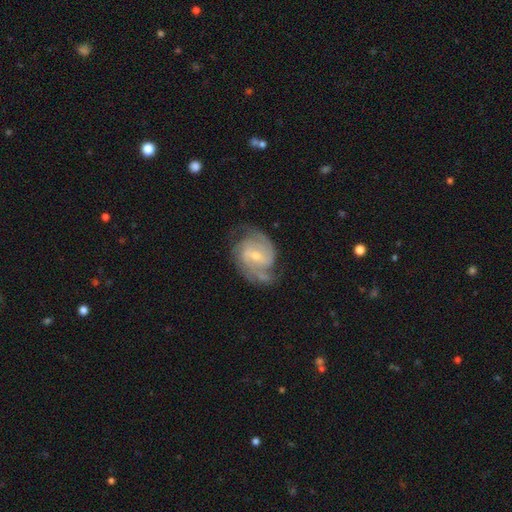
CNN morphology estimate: This appears to be a featured or disk galaxy (90%) with a weak bar (52%), 2 (53%) tight (46%) spiral arms (98%) and a small central bulge (55%). Merging: none (72%).